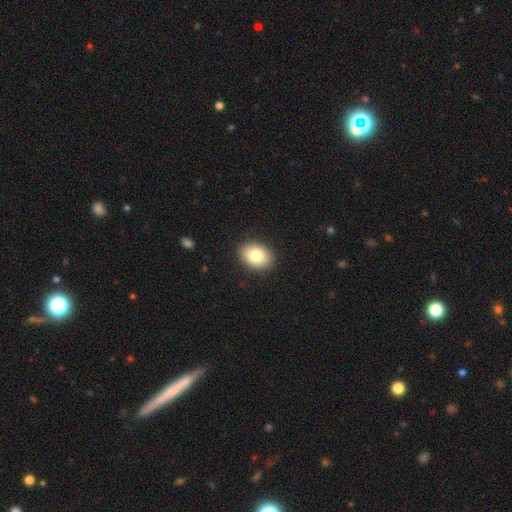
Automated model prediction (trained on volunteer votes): The model was most divided on "how rounded": in between: 74%, round: 25%, cigar-shaped: 1%. More confident: merging — none (90%); smooth or featured — smooth (82%).